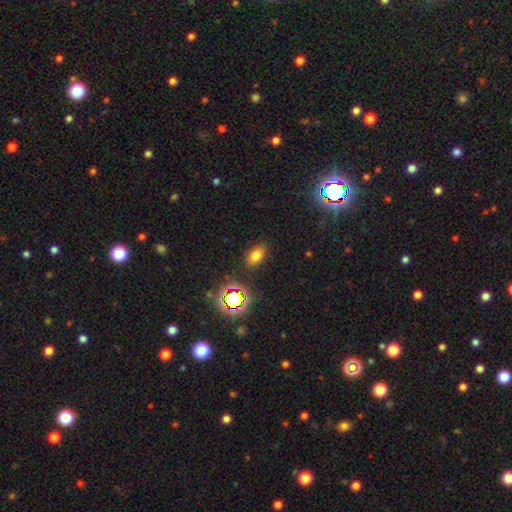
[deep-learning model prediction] A smooth galaxy with no disk features (70%) that is in between round and cigar-shaped (85%). Merging: none (85%).